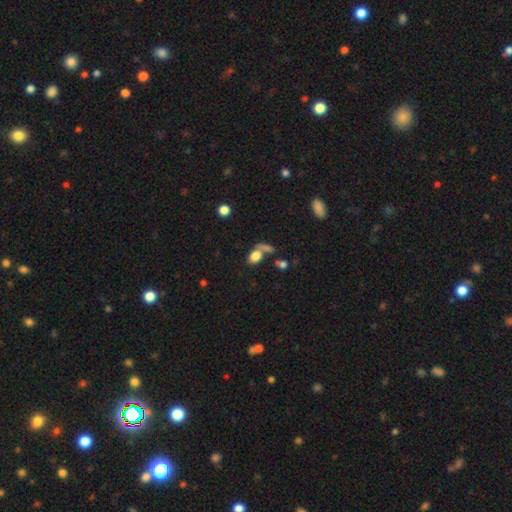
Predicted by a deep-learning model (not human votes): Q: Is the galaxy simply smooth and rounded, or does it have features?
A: smooth — 79%.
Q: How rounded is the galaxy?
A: in between — 81%.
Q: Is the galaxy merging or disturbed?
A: none — 44%.